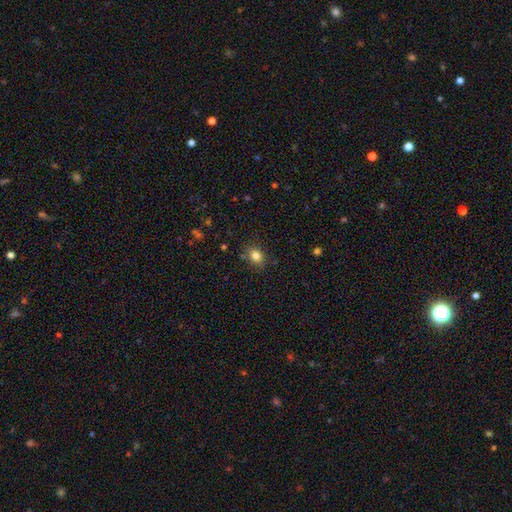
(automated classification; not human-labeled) smooth 82%, star or artifact 11%, featured or disk 6%. Down the decision tree: how rounded — round (52%); merging — none (81%).